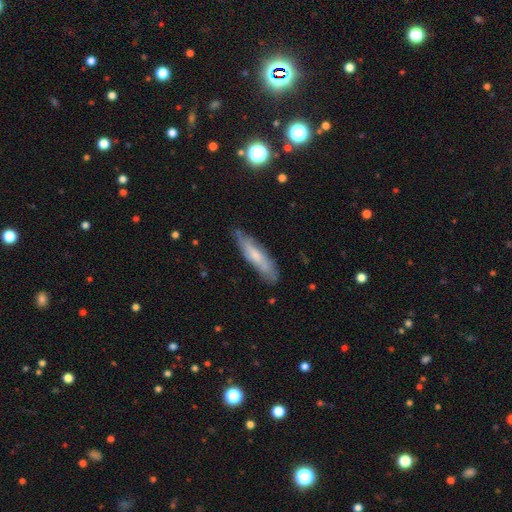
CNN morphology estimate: smooth-or-featured: smooth: 51% | featured or disk: 42% | star or artifact: 7%
  how-rounded: cigar-shaped: 76% | in between: 23% | round: 2%
  merging: none: 76% | minor disturbance: 18% | major disturbance: 4% | merger: 2%